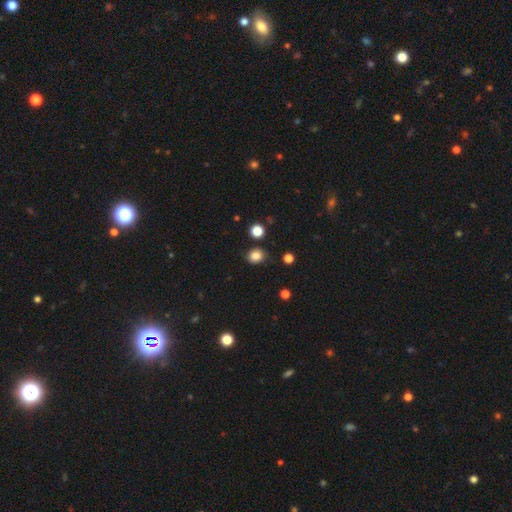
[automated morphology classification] Smooth or featured? Predicted: smooth (p=0.84). How rounded? Predicted: round (p=0.67). Merging? Predicted: none (p=0.83).